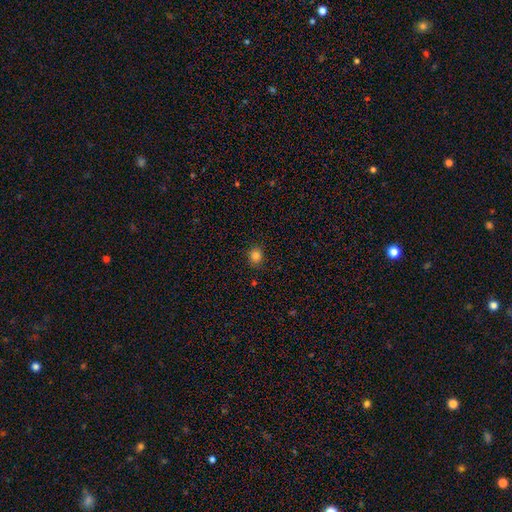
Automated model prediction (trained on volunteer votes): Overall: smooth (83%). How rounded: round (79%). Merging: none (90%).